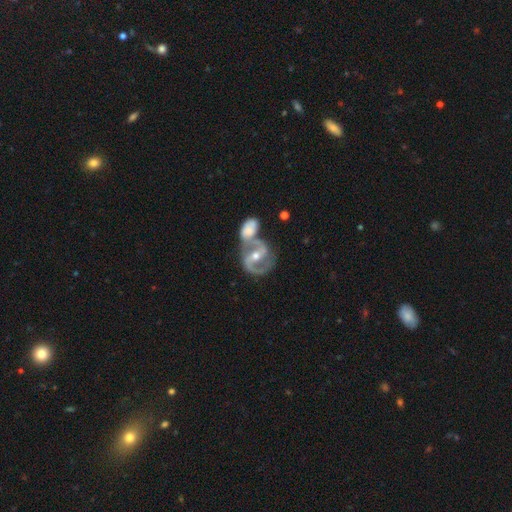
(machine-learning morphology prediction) The model was most divided on "bar": strong: 46%, weak: 34%, no: 19%. More confident: edge-on disk — no (97%); spiral arms — yes (93%); spiral arm count — 2 (88%); smooth or featured — featured or disk (87%); bulge size — moderate (64%); spiral winding — medium (56%); merging — merger (51%).